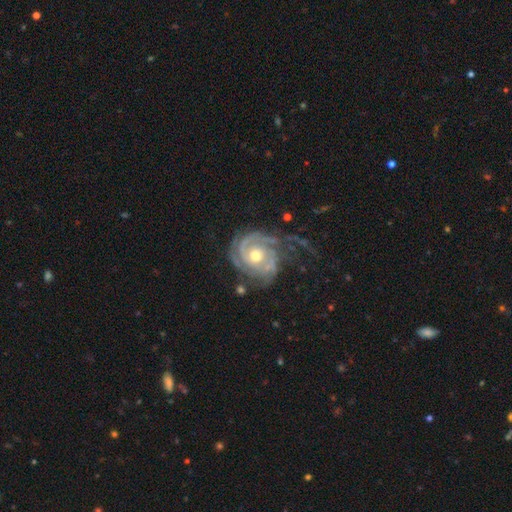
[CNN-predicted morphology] Smooth or featured: featured or disk — 90% (smooth — 5%)
Edge-on disk: no — 98% (yes — 2%)
Bar: no — 76% (weak — 19%)
Spiral arms: yes — 97% (no — 3%)
Spiral winding: tight — 70% (medium — 24%)
Spiral arm count: 2 — 32% (3 — 27%)
Bulge size: moderate — 70% (small — 24%)
Merging: none — 55% (minor disturbance — 22%)